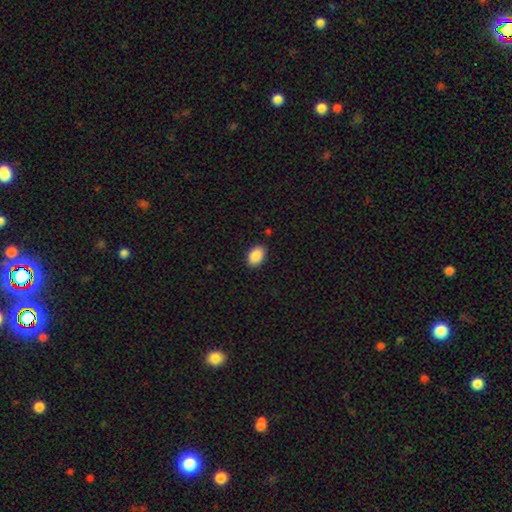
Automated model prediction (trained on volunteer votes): Smooth or featured: smooth — 90% (star or artifact — 7%)
How rounded: in between — 88% (round — 11%)
Merging: none — 87% (minor disturbance — 10%)